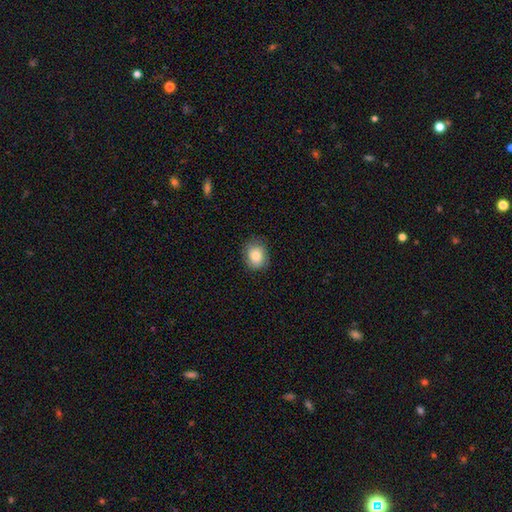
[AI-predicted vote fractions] Q: Smooth or featured?
A: smooth (81%); runner-up: featured or disk (11%)
Q: How rounded?
A: round (58%); runner-up: in between (42%)
Q: Merging?
A: none (82%); runner-up: minor disturbance (14%)